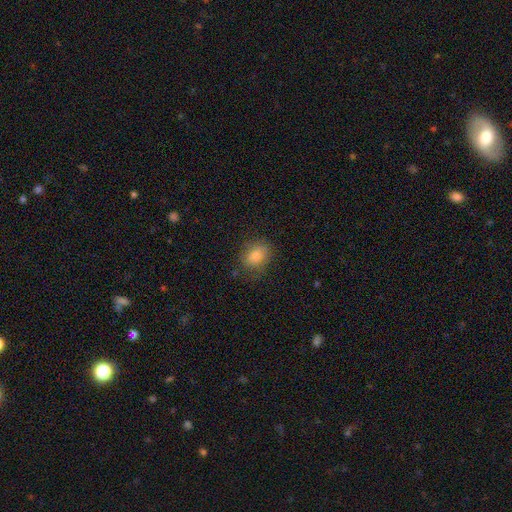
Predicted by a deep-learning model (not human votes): Smooth or featured? smooth (80%)
How rounded? in between (60%)
Merging? none (77%)